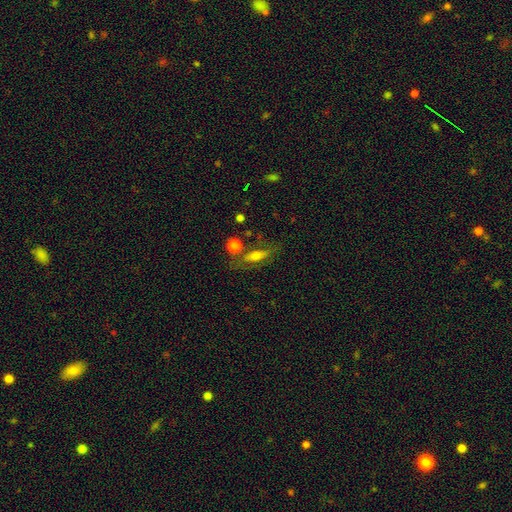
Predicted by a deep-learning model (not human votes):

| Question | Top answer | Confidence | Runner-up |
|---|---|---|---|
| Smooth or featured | smooth | 56% | featured or disk (34%) |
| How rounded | in between | 53% | cigar-shaped (38%) |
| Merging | none | 61% | minor disturbance (18%) |